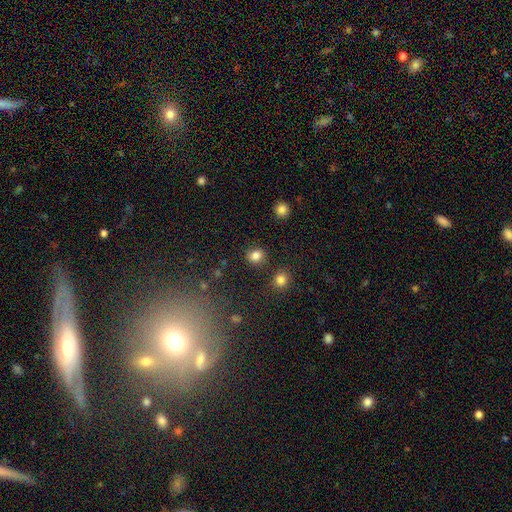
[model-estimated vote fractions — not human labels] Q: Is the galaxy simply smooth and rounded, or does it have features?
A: smooth — 83%.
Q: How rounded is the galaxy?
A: round — 71%.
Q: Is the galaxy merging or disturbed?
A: none — 85%.